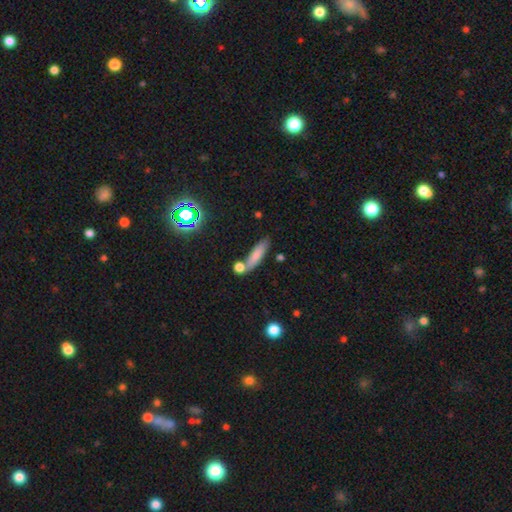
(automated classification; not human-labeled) Smooth or featured? smooth (74%)
How rounded? cigar-shaped (66%)
Merging? none (63%)